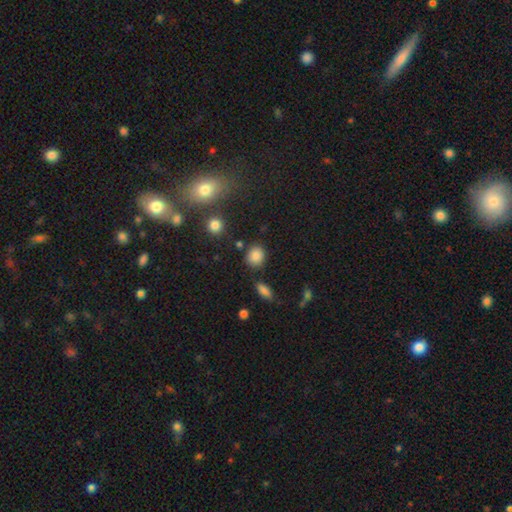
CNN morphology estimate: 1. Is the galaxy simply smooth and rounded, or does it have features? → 85% smooth, 10% star or artifact, 5% featured or disk.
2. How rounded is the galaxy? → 70% round, 29% in between, 1% cigar-shaped.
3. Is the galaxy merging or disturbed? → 80% none, 12% minor disturbance, 5% merger, 3% major disturbance.